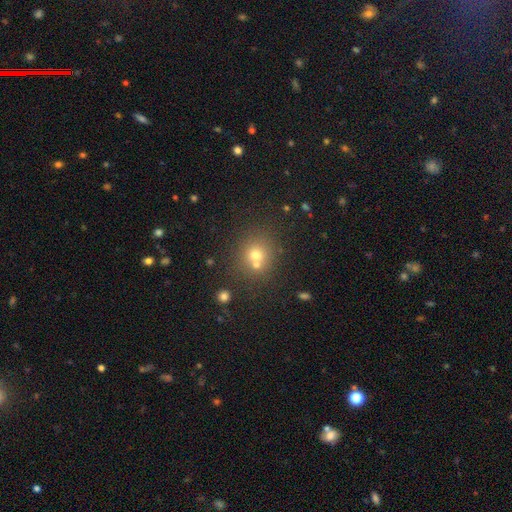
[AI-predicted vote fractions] Smooth or featured? smooth (66%)
How rounded? round (84%)
Merging? none (57%)